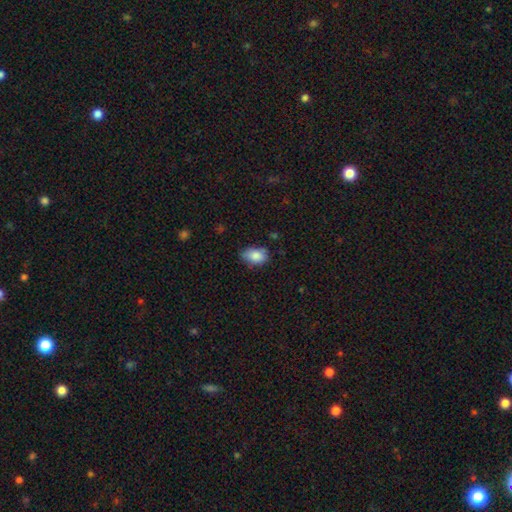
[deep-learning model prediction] This is clearly a smooth galaxy (84%). How rounded: clearly in between (86%). Merging: likely none (65%).